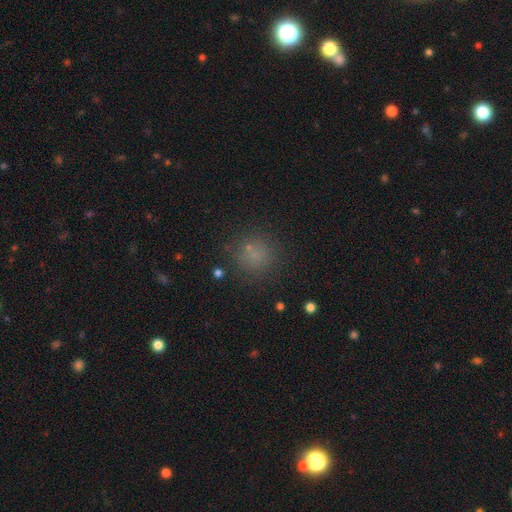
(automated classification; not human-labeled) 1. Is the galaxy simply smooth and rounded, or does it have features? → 71% smooth, 22% star or artifact, 7% featured or disk.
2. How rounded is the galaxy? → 91% round, 8% in between, 1% cigar-shaped.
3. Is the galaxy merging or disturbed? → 83% none, 10% minor disturbance, 4% major disturbance, 3% merger.